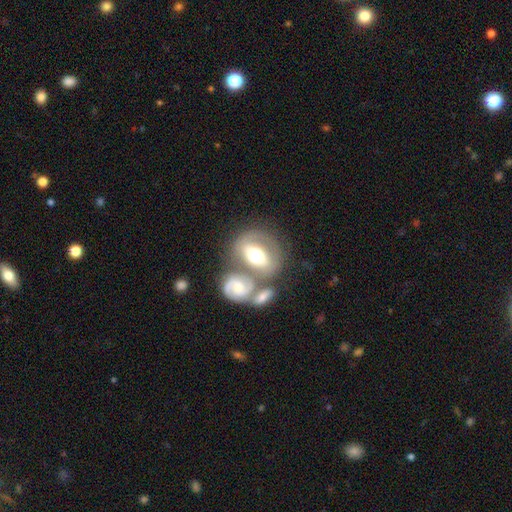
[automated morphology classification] featured or disk 60%, smooth 34%, star or artifact 6%. Down the decision tree: edge-on disk — no (93%); bar — no (38%); spiral arms — yes (69%); bulge size — moderate (62%); merging — merger (44%).